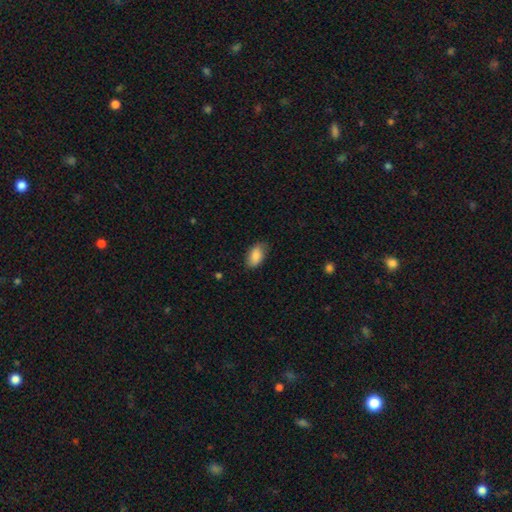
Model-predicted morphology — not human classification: Smooth or featured: smooth — 87% (featured or disk — 7%)
How rounded: in between — 93% (round — 4%)
Merging: none — 80% (minor disturbance — 16%)